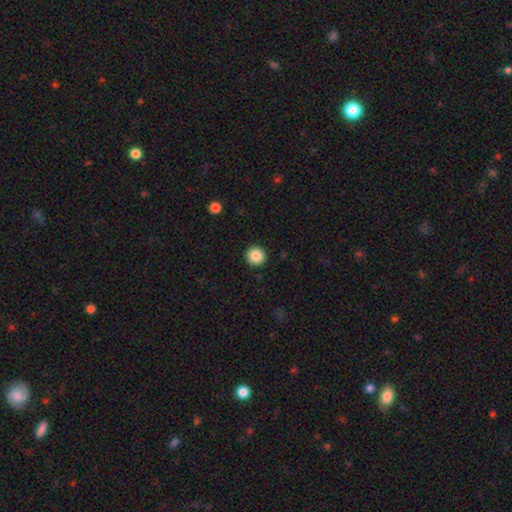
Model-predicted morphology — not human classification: Smooth or featured? smooth (86%)
How rounded? round (94%)
Merging? none (93%)